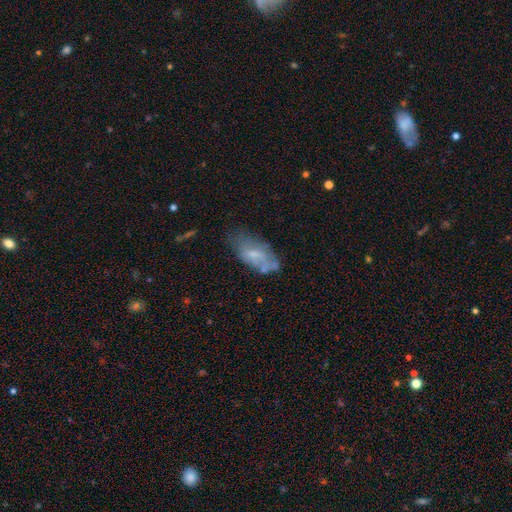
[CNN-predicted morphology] The model was most divided on "smooth or featured": smooth: 50%, featured or disk: 41%, star or artifact: 8%. Remaining: how rounded — in between (86%); merging — none (49%).